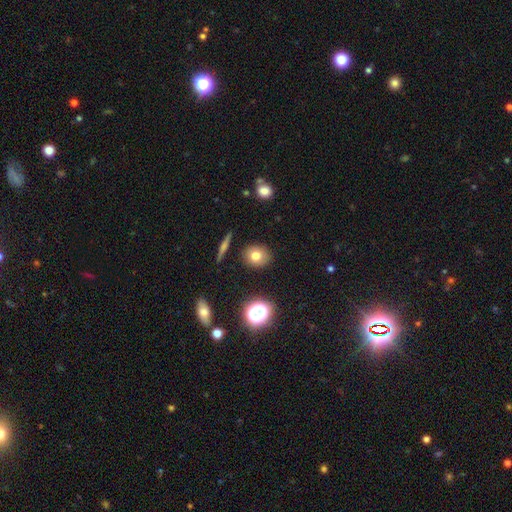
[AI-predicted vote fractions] Overall: smooth (74%). How rounded: round (74%). Merging: none (87%).